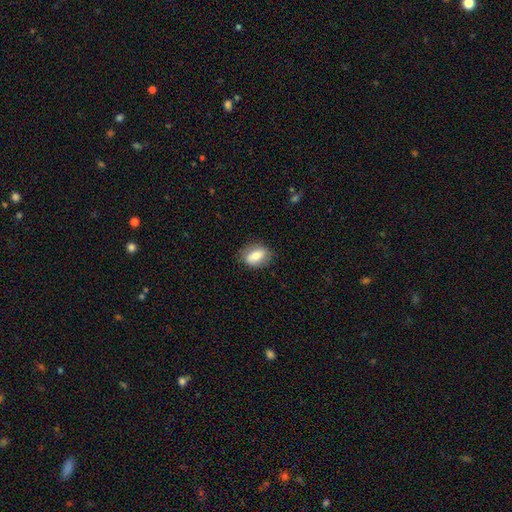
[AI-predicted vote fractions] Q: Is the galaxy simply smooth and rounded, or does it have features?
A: smooth — 71%.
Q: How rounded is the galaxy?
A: in between — 74%.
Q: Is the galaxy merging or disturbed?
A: none — 81%.